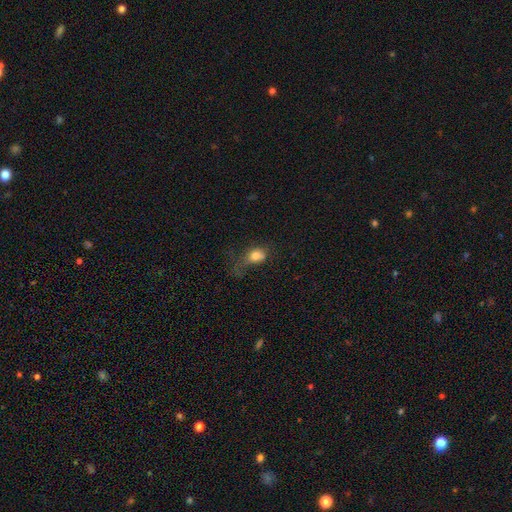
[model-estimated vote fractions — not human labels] The model was most divided on "merging": major disturbance: 41%, none: 27%, minor disturbance: 24%, merger: 8%. More confident: smooth or featured — smooth (75%); how rounded — in between (63%).